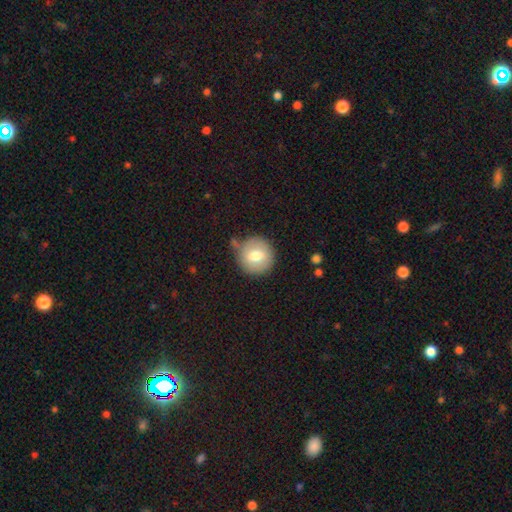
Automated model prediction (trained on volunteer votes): Smooth or featured? Predicted: smooth (p=0.72). How rounded? Predicted: round (p=0.94). Merging? Predicted: none (p=0.77).